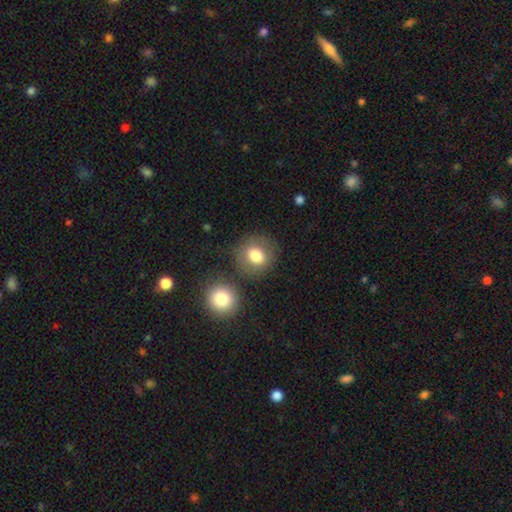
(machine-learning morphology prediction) Q: Smooth or featured?
A: smooth (79%); runner-up: featured or disk (12%)
Q: How rounded?
A: round (81%); runner-up: in between (18%)
Q: Merging?
A: none (75%); runner-up: minor disturbance (11%)